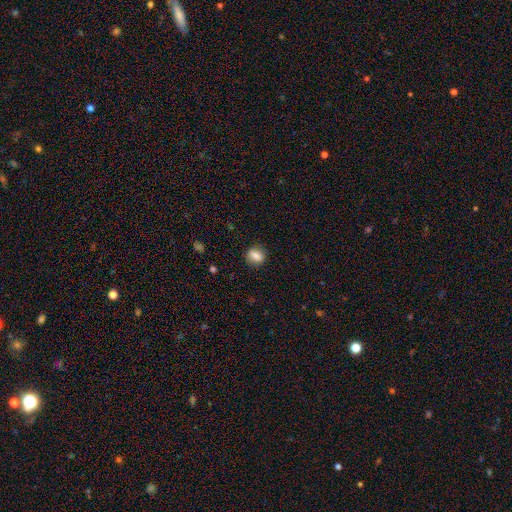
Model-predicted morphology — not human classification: Q: Smooth or featured?
A: smooth (80%); runner-up: featured or disk (11%)
Q: How rounded?
A: in between (49%); runner-up: round (48%)
Q: Merging?
A: none (85%); runner-up: minor disturbance (11%)